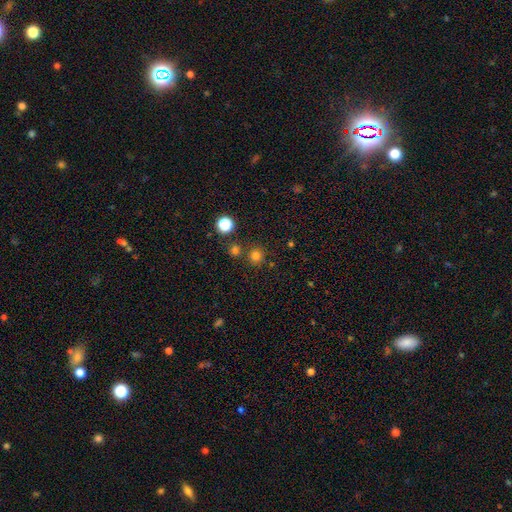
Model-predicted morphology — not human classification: Q: Smooth or featured?
A: smooth (76%); runner-up: star or artifact (19%)
Q: How rounded?
A: round (93%); runner-up: in between (6%)
Q: Merging?
A: none (79%); runner-up: merger (12%)